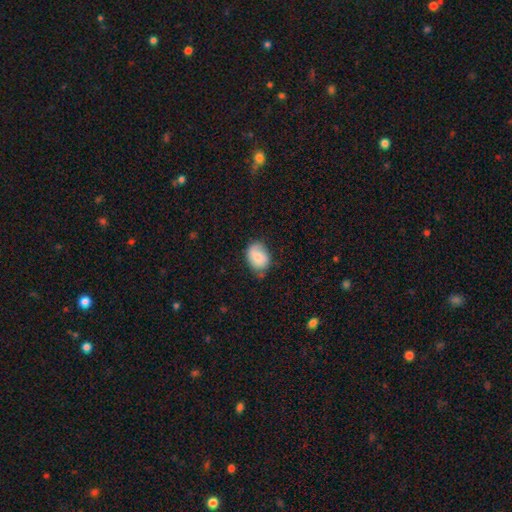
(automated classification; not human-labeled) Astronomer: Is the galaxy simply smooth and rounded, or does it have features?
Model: smooth — 77%.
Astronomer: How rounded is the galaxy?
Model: in between — 71%.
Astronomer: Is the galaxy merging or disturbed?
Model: none — 62%.